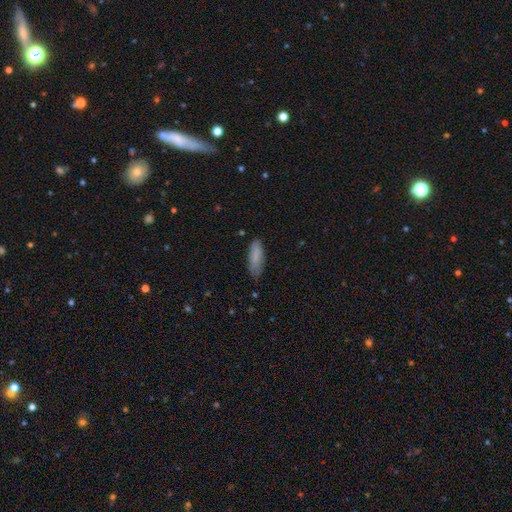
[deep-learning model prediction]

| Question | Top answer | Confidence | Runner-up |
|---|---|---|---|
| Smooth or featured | smooth | 84% | featured or disk (9%) |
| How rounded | in between | 60% | cigar-shaped (39%) |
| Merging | none | 75% | minor disturbance (20%) |